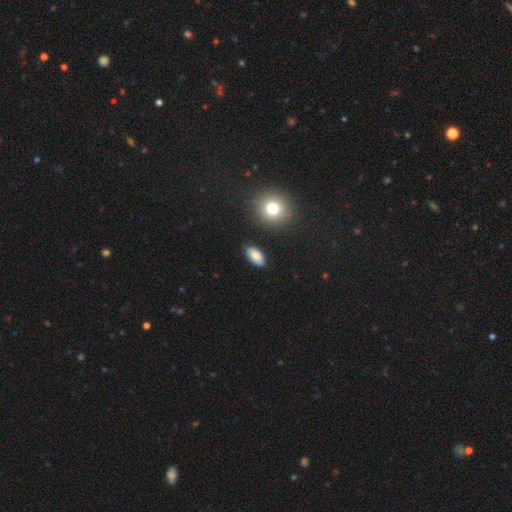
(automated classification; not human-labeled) Smooth or featured?
  - smooth: 82% *
  - featured or disk: 10%
  - star or artifact: 9%
How rounded?
  - in between: 92% *
  - round: 4%
  - cigar-shaped: 4%
Merging?
  - none: 86% *
  - minor disturbance: 10%
  - major disturbance: 2%
  - merger: 2%